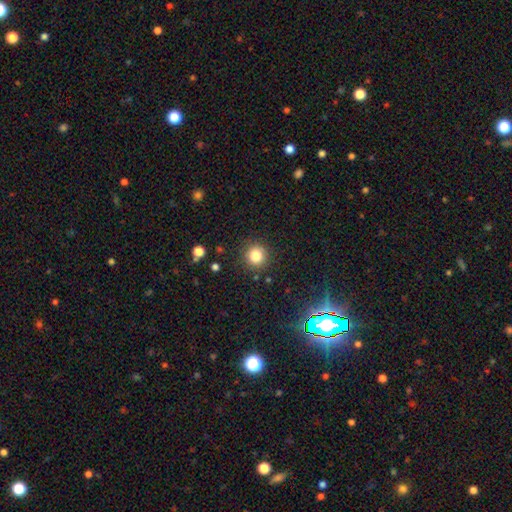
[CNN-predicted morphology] This appears to be a smooth galaxy with no disk features (82%) that is round (93%). Merging: none (88%).